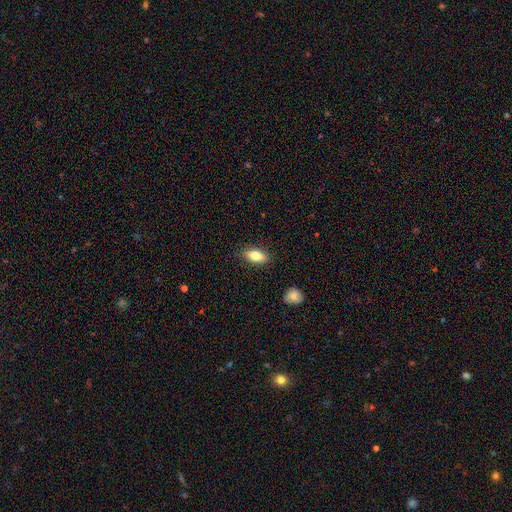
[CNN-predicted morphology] Smooth or featured? Predicted: smooth (p=0.80). How rounded? Predicted: in between (p=0.85). Merging? Predicted: none (p=0.86).